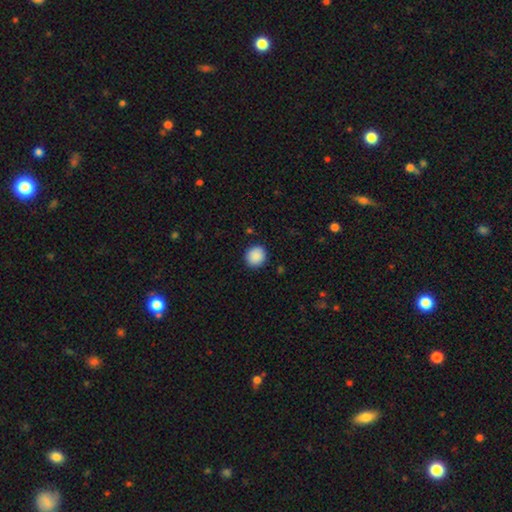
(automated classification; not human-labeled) Smooth or featured?
  - smooth: 90% *
  - star or artifact: 8%
  - featured or disk: 3%
How rounded?
  - round: 90% *
  - in between: 9%
  - cigar-shaped: 1%
Merging?
  - none: 91% *
  - minor disturbance: 6%
  - major disturbance: 2%
  - merger: 1%